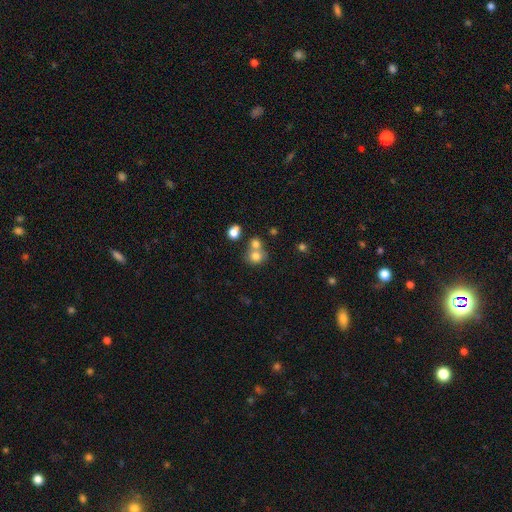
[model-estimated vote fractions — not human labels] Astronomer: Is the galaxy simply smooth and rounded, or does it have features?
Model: smooth — 75%.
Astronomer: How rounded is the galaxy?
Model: round — 81%.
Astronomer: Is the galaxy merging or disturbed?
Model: none — 45% (runner-up: merger, 43%).